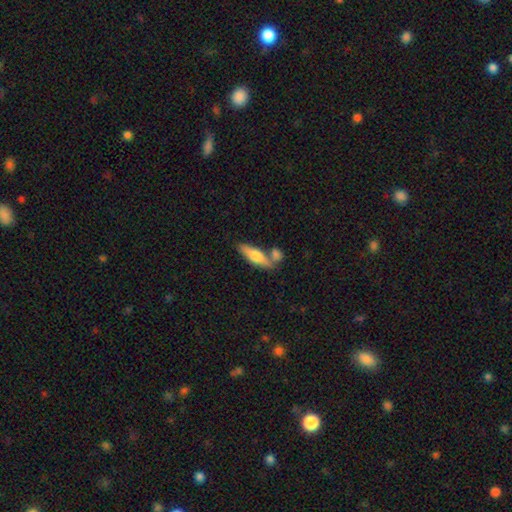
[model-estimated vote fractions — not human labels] smooth_or_featured: smooth (p=0.65) [alt: featured or disk p=0.29]
how_rounded: cigar-shaped (p=0.50) [alt: in between p=0.47]
merging: none (p=0.54) [alt: merger p=0.28]